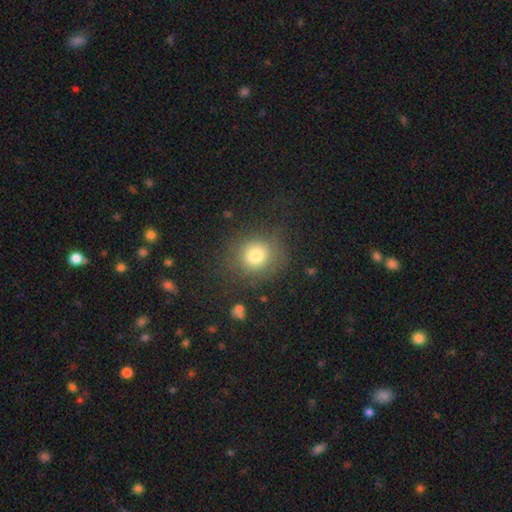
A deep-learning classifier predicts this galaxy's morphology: Q: Smooth or featured?
A: smooth (77%); runner-up: star or artifact (13%)
Q: How rounded?
A: round (84%); runner-up: in between (15%)
Q: Merging?
A: none (76%); runner-up: minor disturbance (14%)